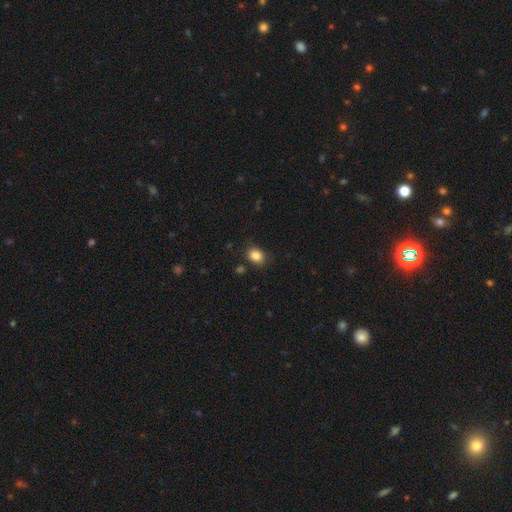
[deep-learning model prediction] Smooth or featured? smooth (85%)
How rounded? in between (54%)
Merging? none (82%)